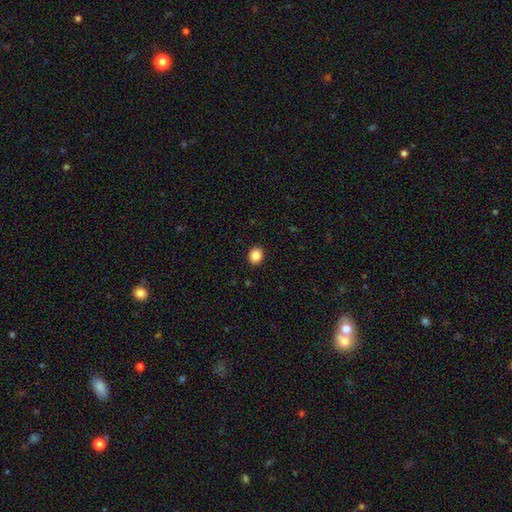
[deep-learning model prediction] smooth_or_featured: smooth (p=0.86) [alt: star or artifact p=0.10]
how_rounded: round (p=0.62) [alt: in between p=0.37]
merging: none (p=0.92) [alt: minor disturbance p=0.06]